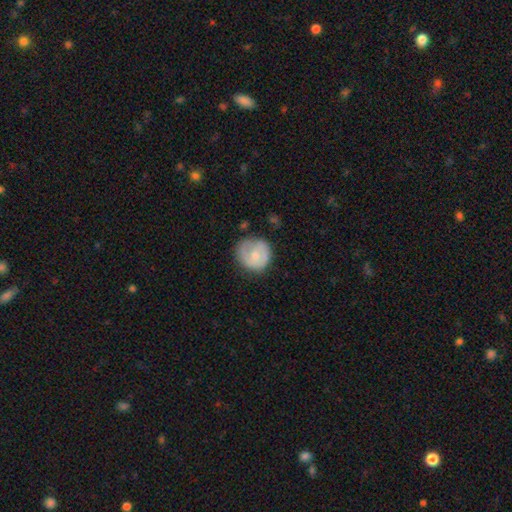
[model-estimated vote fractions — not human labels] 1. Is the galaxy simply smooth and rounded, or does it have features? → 55% smooth, 38% featured or disk, 6% star or artifact.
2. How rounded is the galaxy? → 88% round, 11% in between, 1% cigar-shaped.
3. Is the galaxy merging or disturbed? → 64% none, 25% minor disturbance, 10% major disturbance, 2% merger.